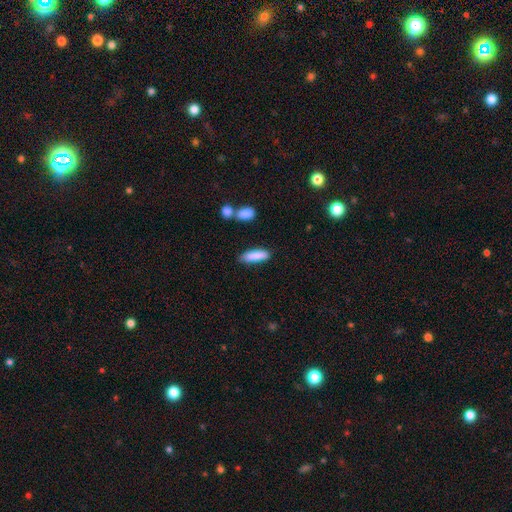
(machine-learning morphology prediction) Overall: smooth (86%). How rounded: cigar-shaped (59%; in between 39%). Merging: none (75%).